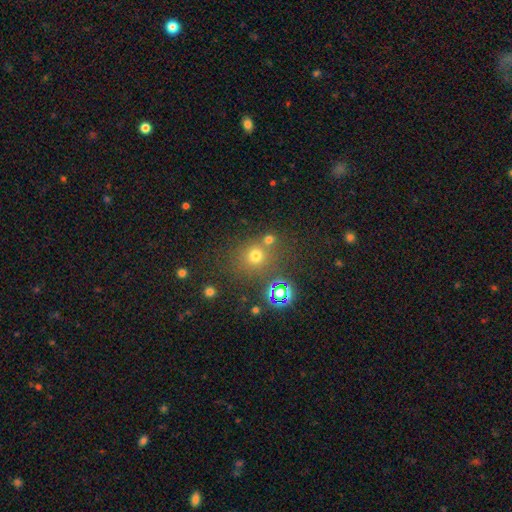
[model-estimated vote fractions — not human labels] A smooth galaxy with no disk features (66%) that is round (87%).

Vote fractions:
- Smooth or featured? smooth: 66% / star or artifact: 25% / featured or disk: 9%
- How rounded? round: 87% / in between: 12% / cigar-shaped: 1%
- Merging? none: 68% / merger: 16% / minor disturbance: 10% / major disturbance: 5%